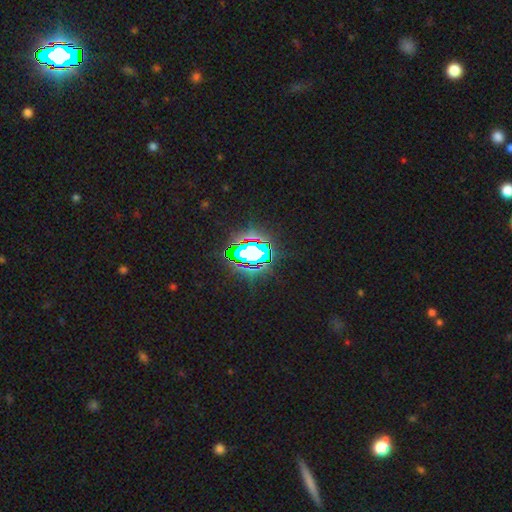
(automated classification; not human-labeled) Smooth or featured? star or artifact (69%)